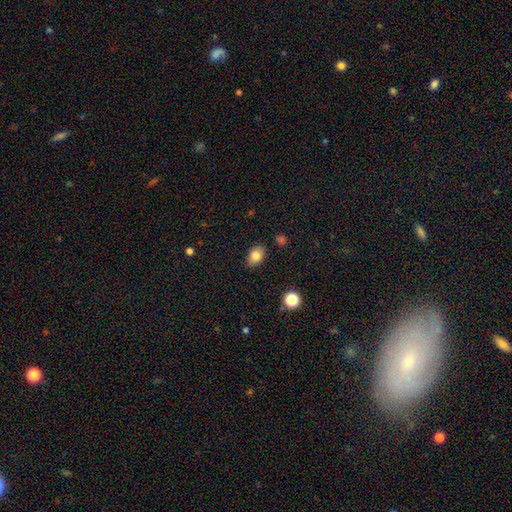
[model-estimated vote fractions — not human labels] Smooth or featured: smooth — 82% (star or artifact — 9%)
How rounded: in between — 74% (round — 25%)
Merging: none — 84% (minor disturbance — 12%)